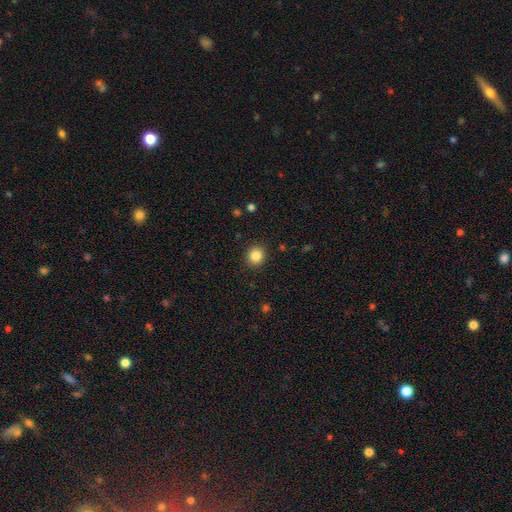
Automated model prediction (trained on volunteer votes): The model was most divided on "smooth or featured": smooth: 84%, star or artifact: 11%, featured or disk: 5%. More confident: merging — none (91%); how rounded — round (86%).